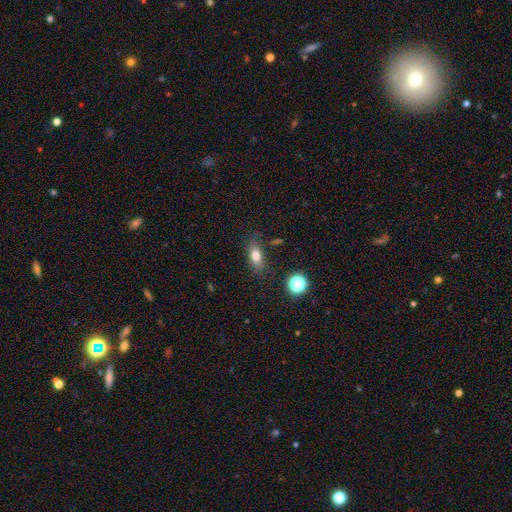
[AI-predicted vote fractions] This appears to be a smooth galaxy with no disk features (76%) that is in between round and cigar-shaped (75%). Merging: none (79%).